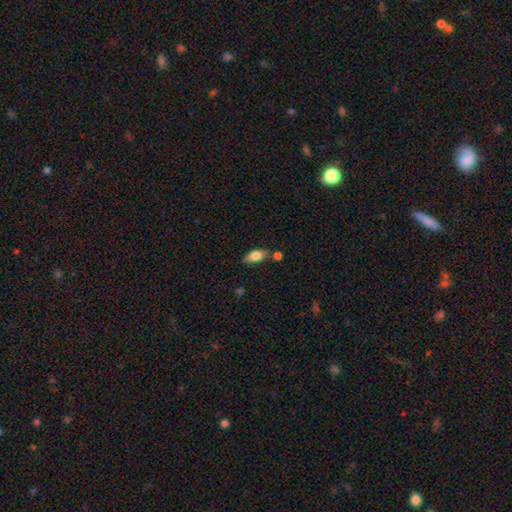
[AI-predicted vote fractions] The model was most divided on "merging": none: 69%, minor disturbance: 15%, merger: 12%, major disturbance: 3%. More confident: how rounded — in between (84%); smooth or featured — smooth (76%).